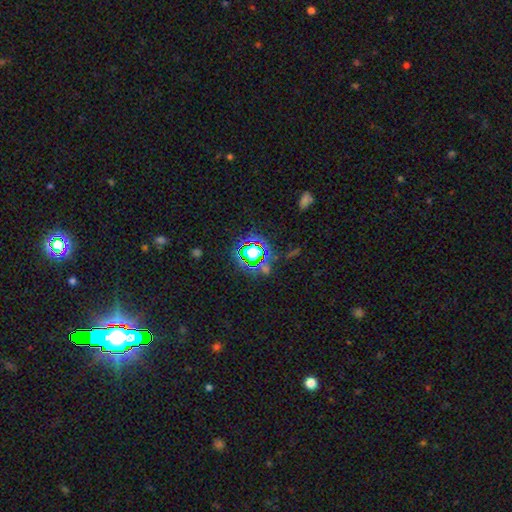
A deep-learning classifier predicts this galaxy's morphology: Smooth or featured: star or artifact — 77% (smooth — 14%)